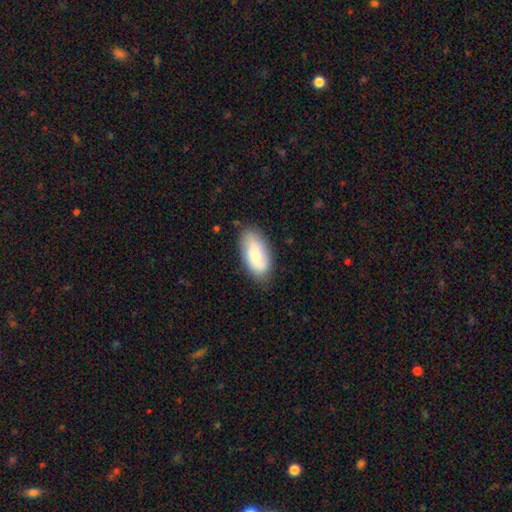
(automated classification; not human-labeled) The model was most divided on "smooth or featured": smooth: 66%, featured or disk: 28%, star or artifact: 6%. More confident: how rounded — in between (92%); merging — none (79%).